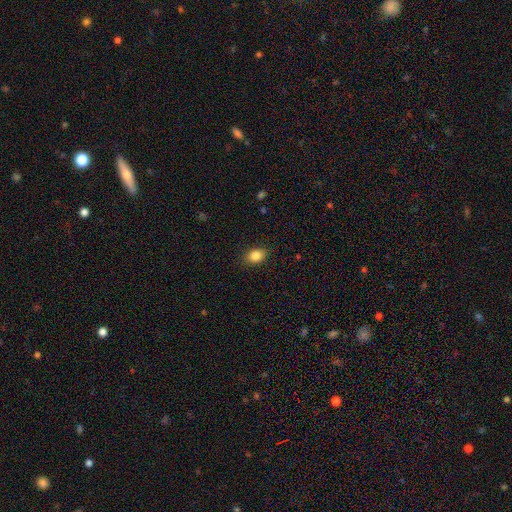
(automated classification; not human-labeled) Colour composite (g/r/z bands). It shows a smooth galaxy with no disk features (85%) that is in between round and cigar-shaped (73%). Merging: none (87%).